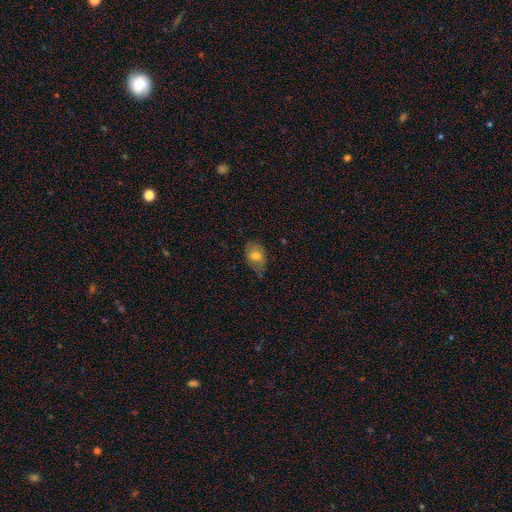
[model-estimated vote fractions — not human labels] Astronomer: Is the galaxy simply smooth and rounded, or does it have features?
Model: smooth — 72%.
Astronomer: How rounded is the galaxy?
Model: in between — 76%.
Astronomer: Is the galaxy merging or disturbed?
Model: none — 59%.